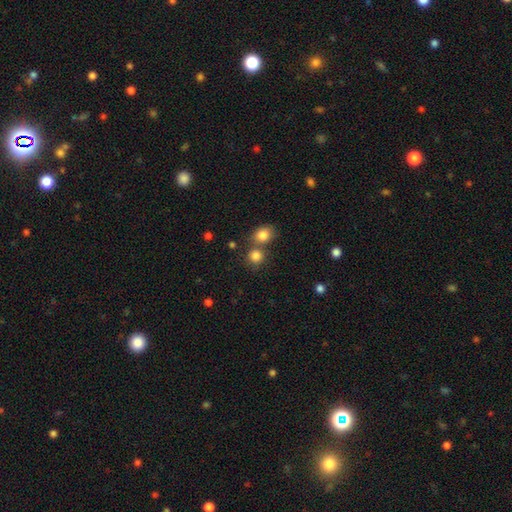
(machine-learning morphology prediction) Smooth or featured?
  - smooth: 83% *
  - star or artifact: 11%
  - featured or disk: 6%
How rounded?
  - round: 84% *
  - in between: 15%
  - cigar-shaped: 1%
Merging?
  - none: 58% *
  - merger: 31%
  - minor disturbance: 8%
  - major disturbance: 3%